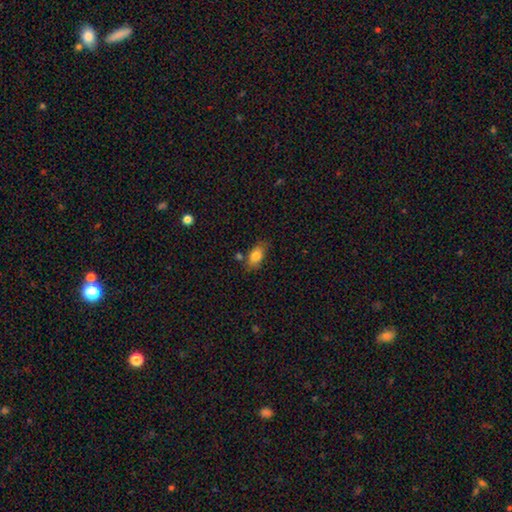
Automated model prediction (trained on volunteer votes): Smooth or featured? Predicted: smooth (p=0.82). How rounded? Predicted: in between (p=0.86). Merging? Predicted: none (p=0.70).